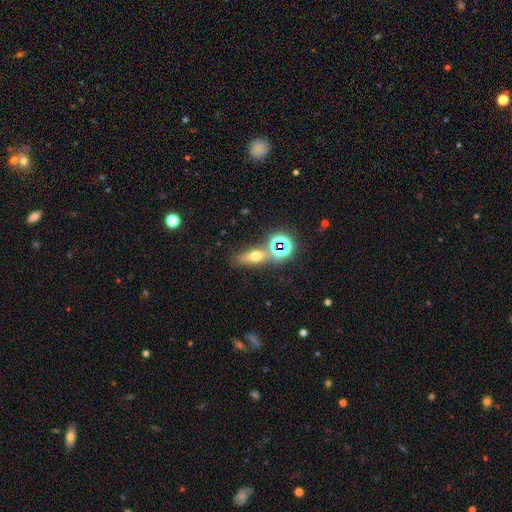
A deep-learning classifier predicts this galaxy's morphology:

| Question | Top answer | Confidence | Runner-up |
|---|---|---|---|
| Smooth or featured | smooth | 48% | star or artifact (27%) |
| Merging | none | 67% | merger (16%) |